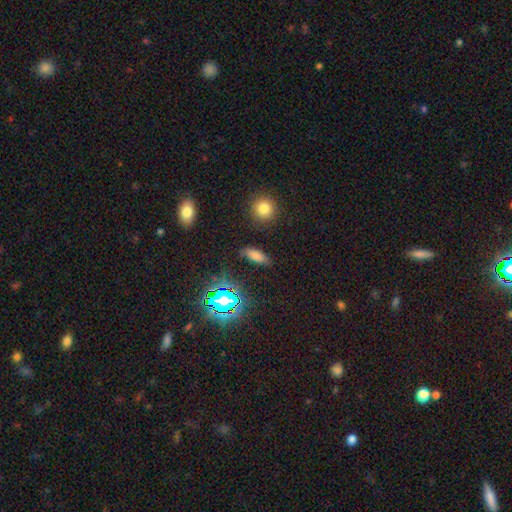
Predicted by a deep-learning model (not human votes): This is likely a smooth galaxy (71%). How rounded: likely in between (68%). Merging: clearly none (81%).